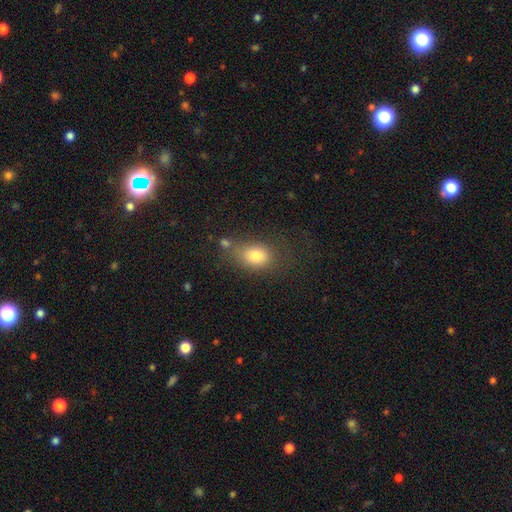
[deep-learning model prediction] smooth 78%, star or artifact 11%, featured or disk 11%. Down the decision tree: how rounded — in between (65%); merging — none (59%).